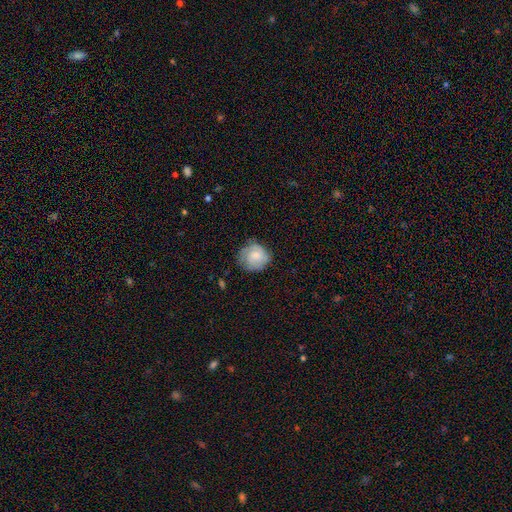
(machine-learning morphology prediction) This appears to be a smooth galaxy with no disk features (63%) that is round (85%). Merging: none (67%).